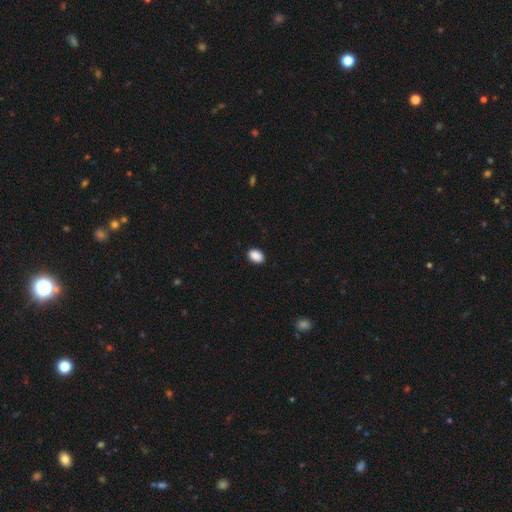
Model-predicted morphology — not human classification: A smooth galaxy with no disk features (90%) that is in between round and cigar-shaped (82%).

Vote fractions:
- Smooth or featured? smooth: 90% / star or artifact: 8% / featured or disk: 2%
- How rounded? in between: 82% / round: 17% / cigar-shaped: 1%
- Merging? none: 90% / minor disturbance: 7% / major disturbance: 2% / merger: 1%